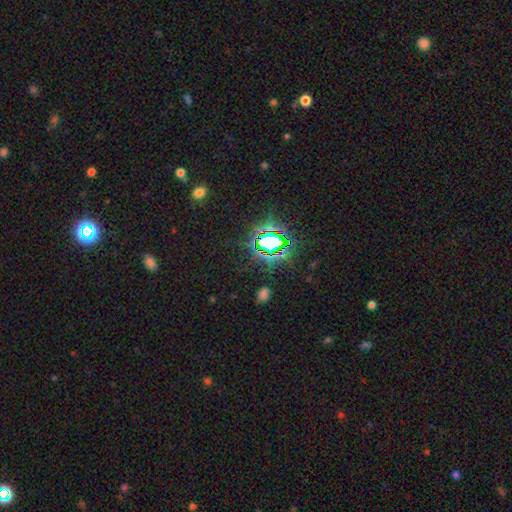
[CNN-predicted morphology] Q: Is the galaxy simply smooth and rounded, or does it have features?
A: star or artifact — 80%.